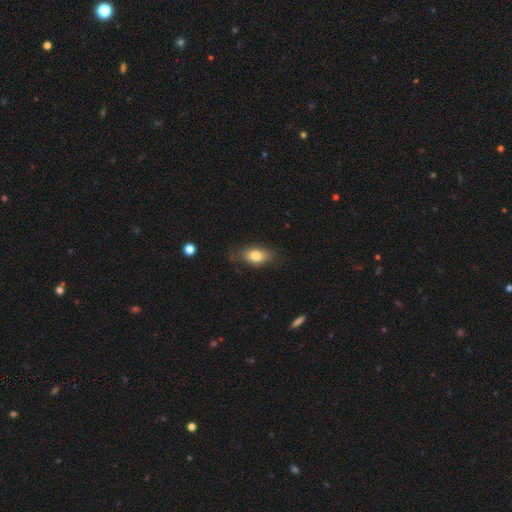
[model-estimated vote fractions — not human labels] This appears to be a smooth galaxy with no disk features (79%) that is in between round and cigar-shaped (86%). Merging: none (75%).